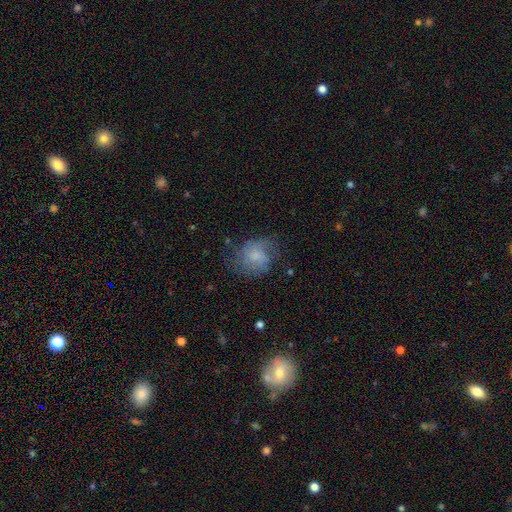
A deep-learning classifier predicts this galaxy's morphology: Smooth or featured? Predicted: smooth (p=0.51). How rounded? Predicted: round (p=0.62). Merging? Predicted: none (p=0.55).